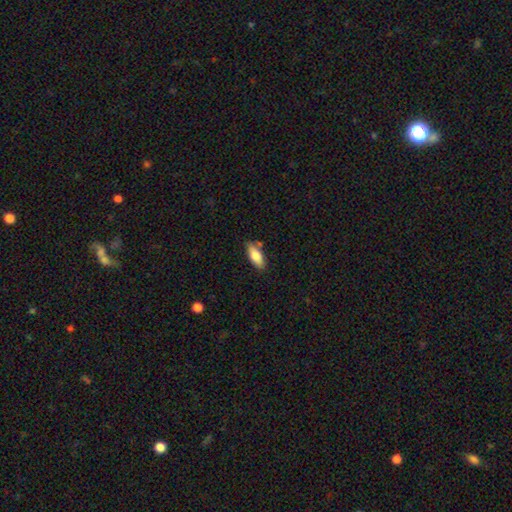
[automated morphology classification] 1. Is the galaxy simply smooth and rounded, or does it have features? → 81% smooth, 13% featured or disk, 6% star or artifact.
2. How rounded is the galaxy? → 78% in between, 20% cigar-shaped, 2% round.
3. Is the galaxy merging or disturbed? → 79% none, 14% minor disturbance, 5% merger, 3% major disturbance.